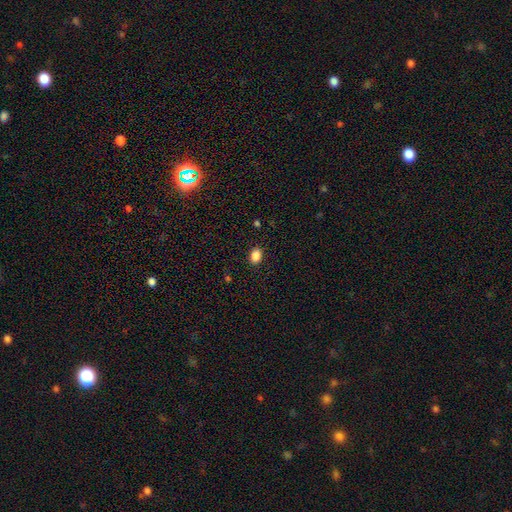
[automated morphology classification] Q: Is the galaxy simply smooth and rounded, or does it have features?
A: smooth — 87%.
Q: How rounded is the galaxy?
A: in between — 76%.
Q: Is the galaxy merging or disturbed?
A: none — 89%.